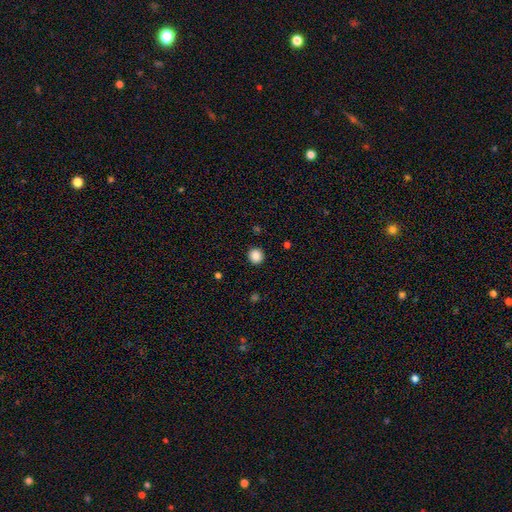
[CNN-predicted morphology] Overall: smooth (88%). How rounded: round (91%). Merging: none (91%).